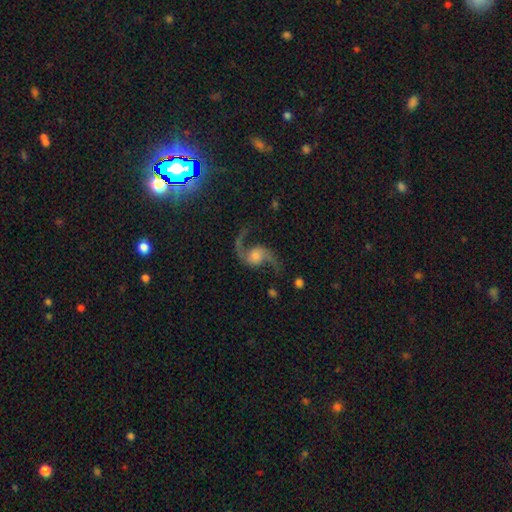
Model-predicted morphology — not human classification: This is clearly a featured or disk galaxy (89%). It is clearly not viewed edge-on (97%). Bar: likely no (63%). Spiral arm pattern: clearly yes (98%). Spiral arm count: clearly 2 (94%). Spiral winding: clearly loose (83%). Central bulge: marginally moderate (31%). Merging: likely none (75%).